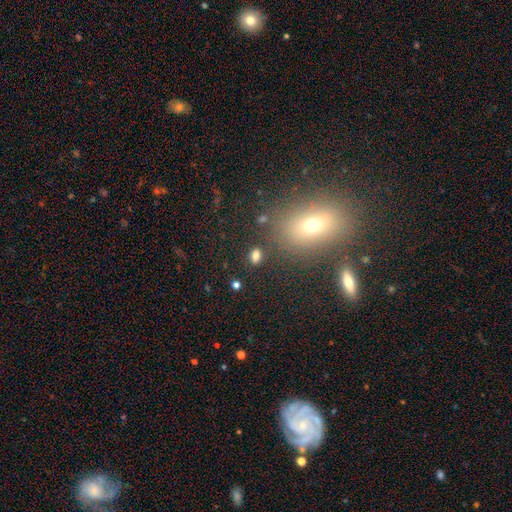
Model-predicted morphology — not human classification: smooth_or_featured: smooth (p=0.78) [alt: star or artifact p=0.15]
how_rounded: in between (p=0.74) [alt: round p=0.24]
merging: none (p=0.82) [alt: minor disturbance p=0.09]